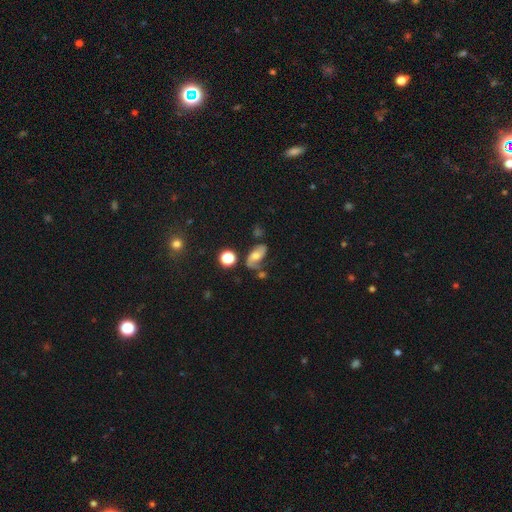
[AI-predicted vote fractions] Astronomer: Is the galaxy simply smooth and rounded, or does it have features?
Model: featured or disk — 53% (runner-up: smooth, 35%).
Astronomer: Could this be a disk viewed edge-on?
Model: no — 93%.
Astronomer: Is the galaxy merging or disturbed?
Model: none — 50%.